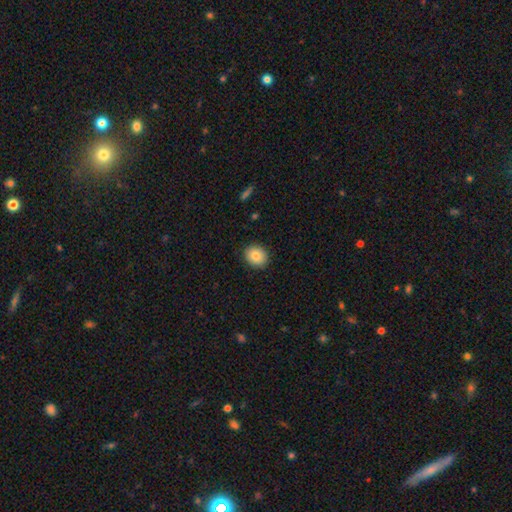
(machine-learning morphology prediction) Smooth or featured?
  - smooth: 84% *
  - star or artifact: 8%
  - featured or disk: 8%
How rounded?
  - round: 71% *
  - in between: 29%
  - cigar-shaped: 1%
Merging?
  - none: 90% *
  - minor disturbance: 7%
  - major disturbance: 2%
  - merger: 1%